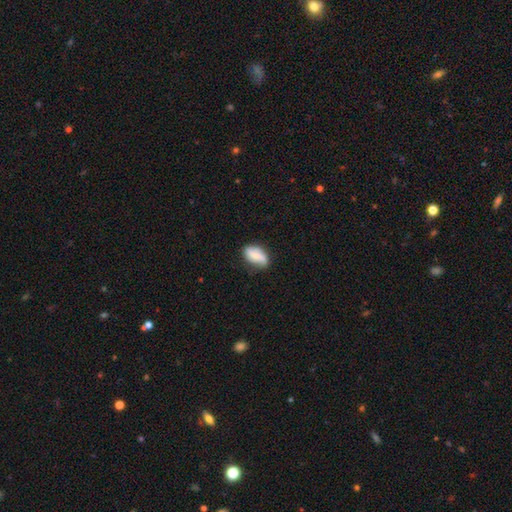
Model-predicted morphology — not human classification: A smooth galaxy with no disk features (56%) that is in between round and cigar-shaped (89%). Merging: none (69%).